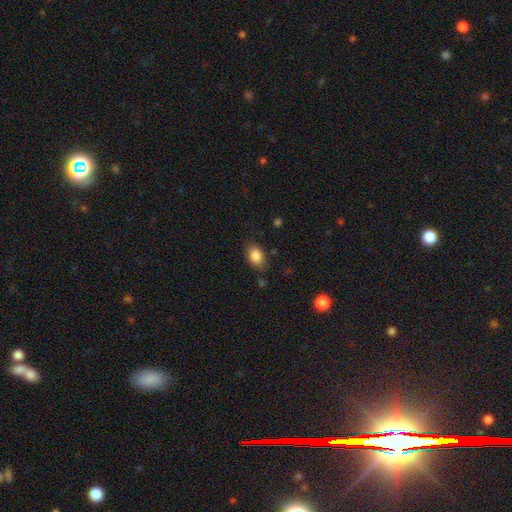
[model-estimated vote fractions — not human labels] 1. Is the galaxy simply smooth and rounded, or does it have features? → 87% smooth, 8% star or artifact, 5% featured or disk.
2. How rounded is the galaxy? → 81% in between, 18% round, 1% cigar-shaped.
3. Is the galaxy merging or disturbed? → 79% none, 15% minor disturbance, 4% major disturbance, 2% merger.